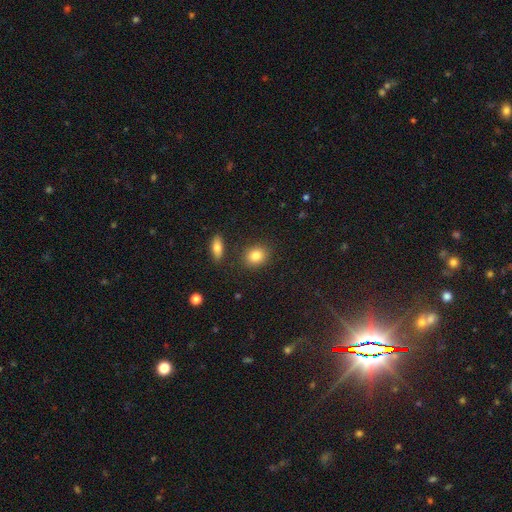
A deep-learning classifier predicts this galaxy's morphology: Overall: smooth (84%). How rounded: round (58%; in between 41%). Merging: none (85%).